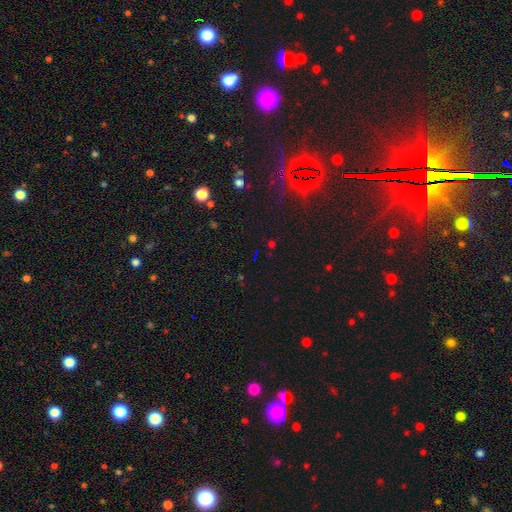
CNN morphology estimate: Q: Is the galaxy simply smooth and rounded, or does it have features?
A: star or artifact — 68%.